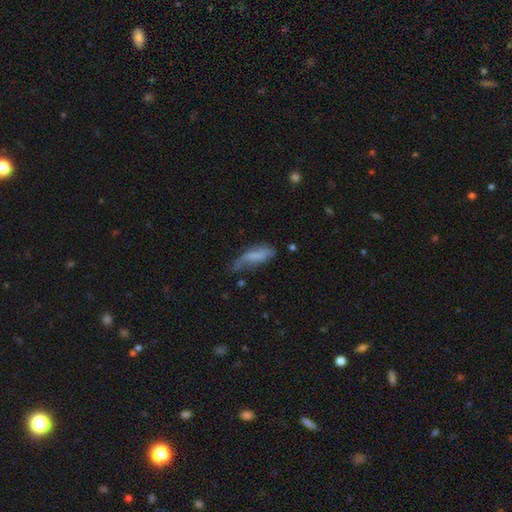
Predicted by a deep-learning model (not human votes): smooth-or-featured: smooth: 57% | featured or disk: 34% | star or artifact: 9%
  how-rounded: in between: 63% | cigar-shaped: 34% | round: 3%
  merging: minor disturbance: 35% | none: 31% | major disturbance: 28% | merger: 5%